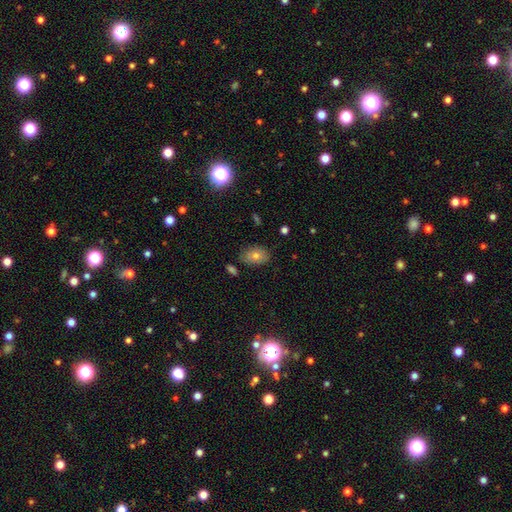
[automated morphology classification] Overall: smooth (70%). How rounded: in between (79%). Merging: none (79%).